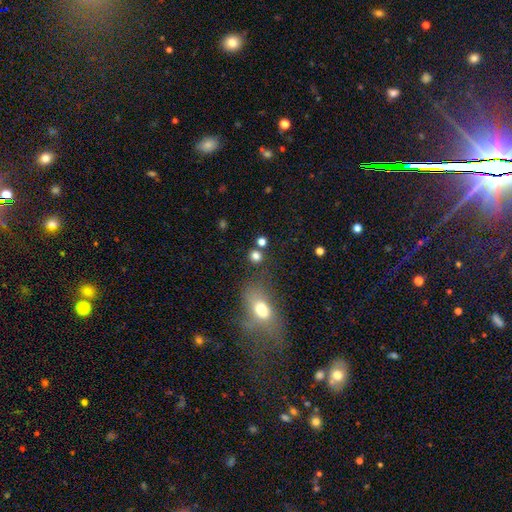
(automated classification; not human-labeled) Smooth or featured? smooth (79%)
How rounded? round (83%)
Merging? none (74%)